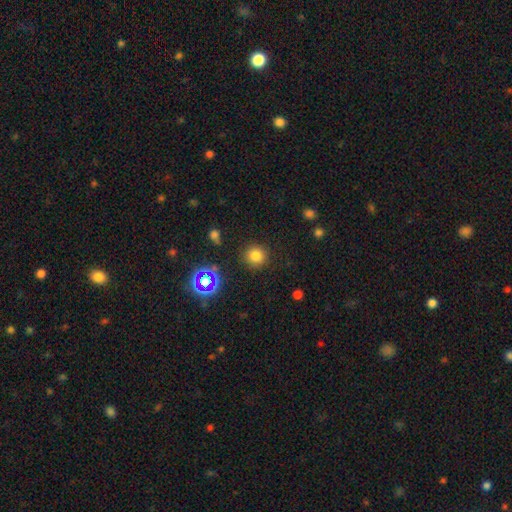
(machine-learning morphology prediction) This is likely a smooth galaxy (75%). How rounded: clearly round (91%). Merging: clearly none (88%).